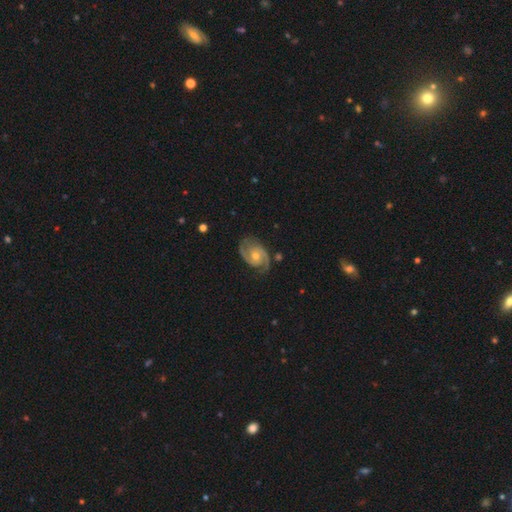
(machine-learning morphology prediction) Smooth or featured?
  - featured or disk: 90% *
  - star or artifact: 5%
  - smooth: 5%
Edge-on disk?
  - no: 98% *
  - yes: 2%
Bar?
  - no: 62% *
  - weak: 31%
  - strong: 7%
Spiral arms?
  - yes: 98% *
  - no: 2%
Spiral winding?
  - medium: 51% *
  - tight: 39%
  - loose: 10%
Spiral arm count?
  - 2: 92% *
  - can't tell: 2%
  - 3: 2%
  - 1: 1%
  - 4: 1%
  - more than 4: 1%
Bulge size?
  - moderate: 57% *
  - small: 38%
  - large: 2%
  - none: 2%
  - dominant: 1%
Merging?
  - none: 80% *
  - minor disturbance: 14%
  - major disturbance: 4%
  - merger: 2%